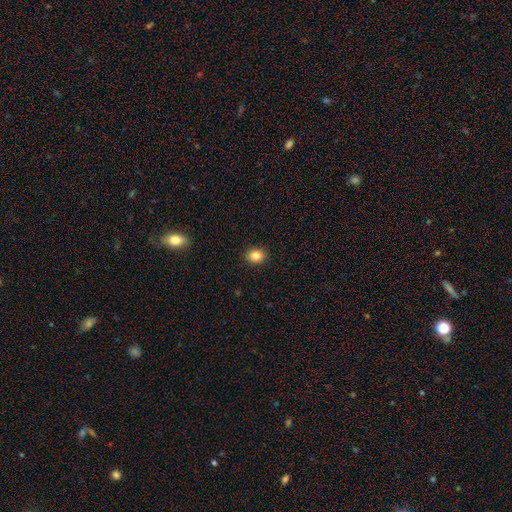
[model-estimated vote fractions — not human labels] smooth 85%, star or artifact 11%, featured or disk 5%. Down the decision tree: how rounded — round (65%); merging — none (92%).